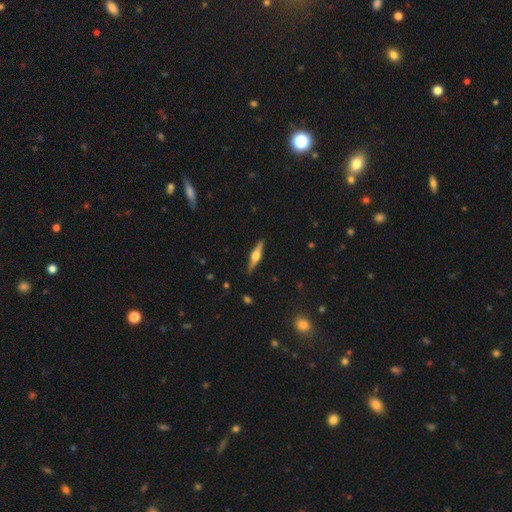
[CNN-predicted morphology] smooth-or-featured: featured or disk: 69% | smooth: 25% | star or artifact: 6%
  disk-edge-on: yes: 97% | no: 3%
    edge-on-bulge: rounded: 92% | boxy: 6% | none: 2%
  merging: none: 90% | minor disturbance: 7% | major disturbance: 2% | merger: 1%